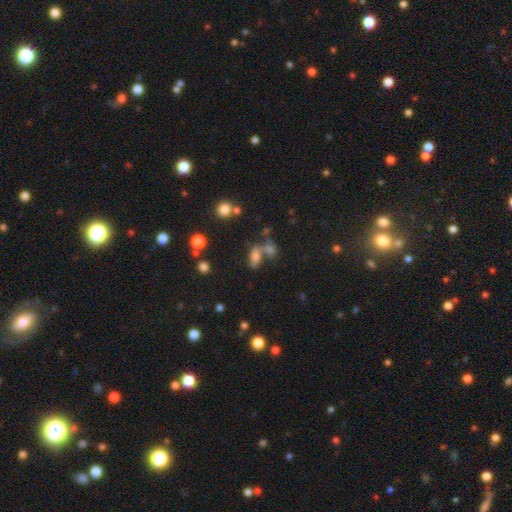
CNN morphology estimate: smooth 64%, star or artifact 19%, featured or disk 17%. Down the decision tree: how rounded — in between (80%); merging — merger (44%).